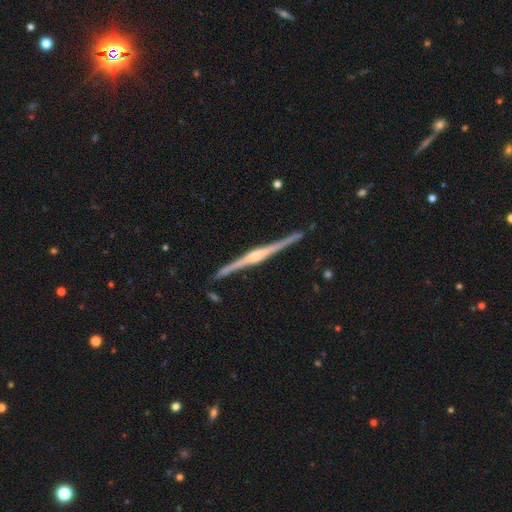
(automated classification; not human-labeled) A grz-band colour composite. It shows a featured or disk galaxy (88%) viewed edge-on (99%) with a rounded central bulge (65%). Merging: none (90%).